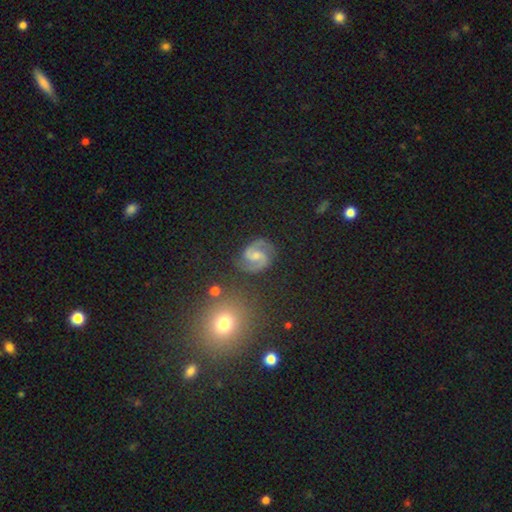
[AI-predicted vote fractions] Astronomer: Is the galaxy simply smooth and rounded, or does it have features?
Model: featured or disk — 88%.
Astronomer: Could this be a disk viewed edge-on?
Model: no — 98%.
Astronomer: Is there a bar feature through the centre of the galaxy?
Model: weak — 48% (runner-up: no, 37%).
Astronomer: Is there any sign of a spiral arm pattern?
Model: yes — 98%.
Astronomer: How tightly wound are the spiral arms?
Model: medium — 62%.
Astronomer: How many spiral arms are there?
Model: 2 — 94%.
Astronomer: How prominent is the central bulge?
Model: small — 50% (runner-up: moderate, 38%).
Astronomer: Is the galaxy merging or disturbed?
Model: none — 82%.